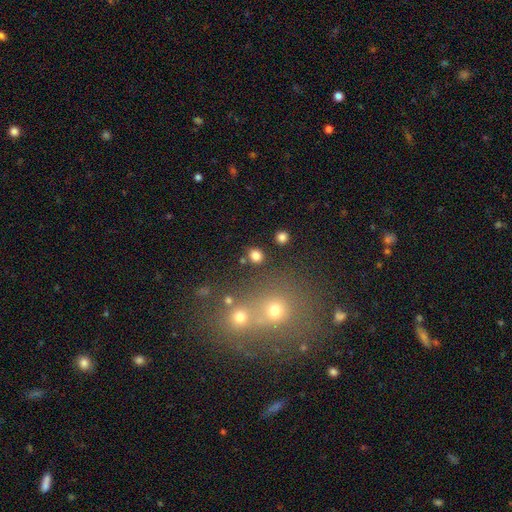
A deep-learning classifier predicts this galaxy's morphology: The model was most divided on "how rounded": round: 77%, in between: 22%, cigar-shaped: 1%. More confident: merging — none (85%); smooth or featured — smooth (81%).